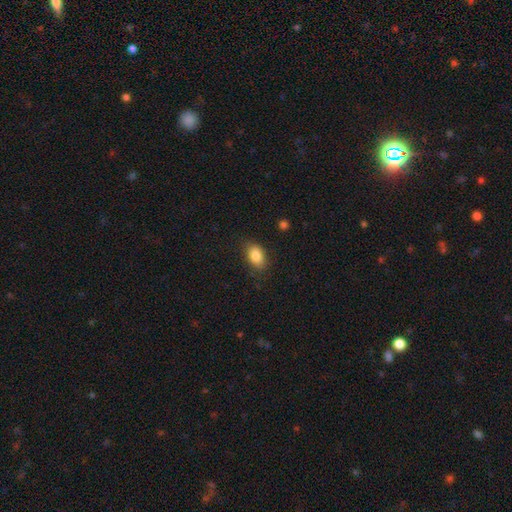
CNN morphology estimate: This appears to be a smooth galaxy with no disk features (86%) that is in between round and cigar-shaped (87%). Merging: none (81%).